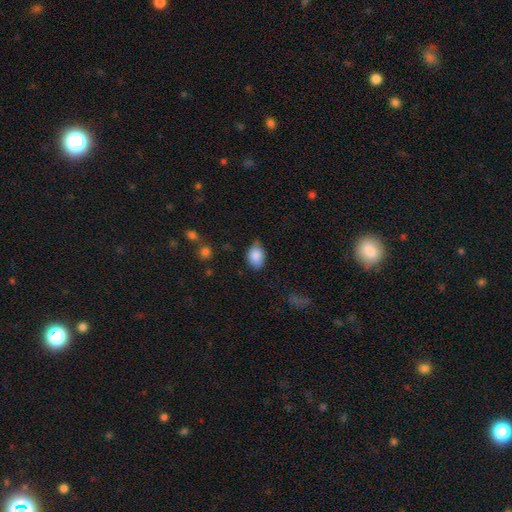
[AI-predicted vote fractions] Smooth or featured?
  - smooth: 86% *
  - star or artifact: 7%
  - featured or disk: 7%
How rounded?
  - in between: 81% *
  - round: 18%
  - cigar-shaped: 1%
Merging?
  - none: 64% *
  - minor disturbance: 29%
  - major disturbance: 5%
  - merger: 2%